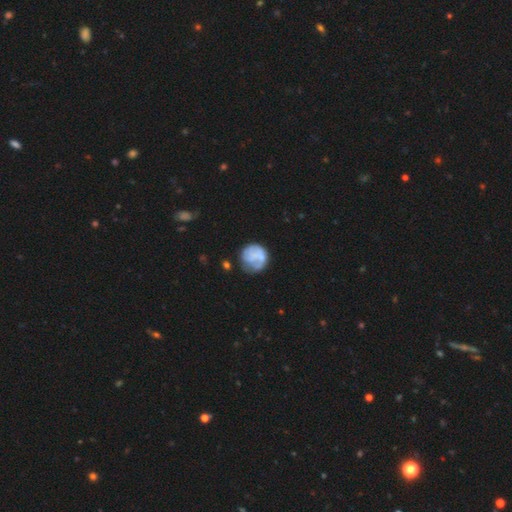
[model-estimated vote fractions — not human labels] Smooth or featured? Predicted: featured or disk (p=0.46). Merging? Predicted: none (p=0.55).